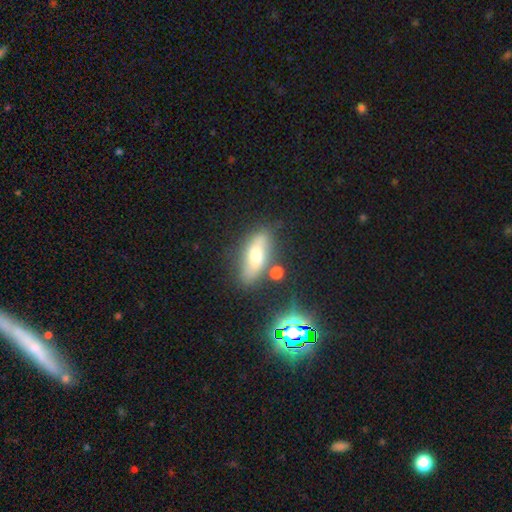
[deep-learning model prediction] Smooth or featured? Predicted: smooth (p=0.47). Merging? Predicted: none (p=0.73).